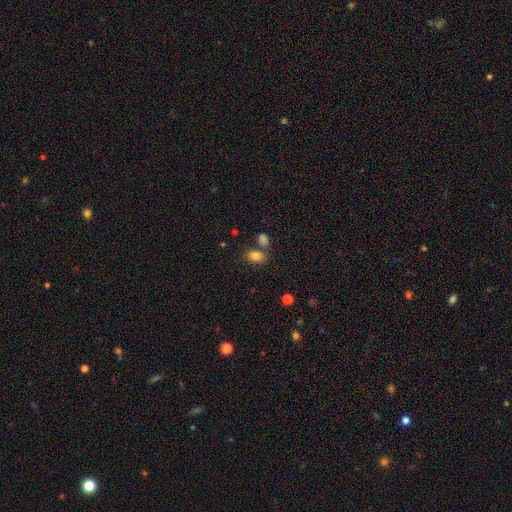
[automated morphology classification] smooth-or-featured: smooth: 83% | star or artifact: 10% | featured or disk: 7%
  how-rounded: in between: 78% | round: 21% | cigar-shaped: 1%
  merging: none: 63% | merger: 20% | minor disturbance: 13% | major disturbance: 4%